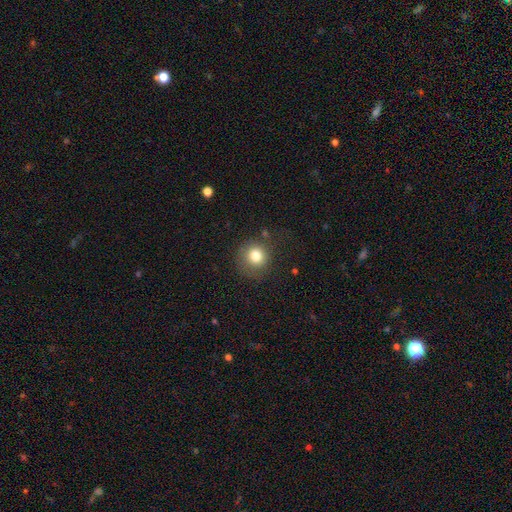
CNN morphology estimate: smooth-or-featured: smooth: 80% | star or artifact: 11% | featured or disk: 9%
  how-rounded: round: 89% | in between: 10% | cigar-shaped: 1%
  merging: none: 74% | minor disturbance: 15% | major disturbance: 8% | merger: 3%